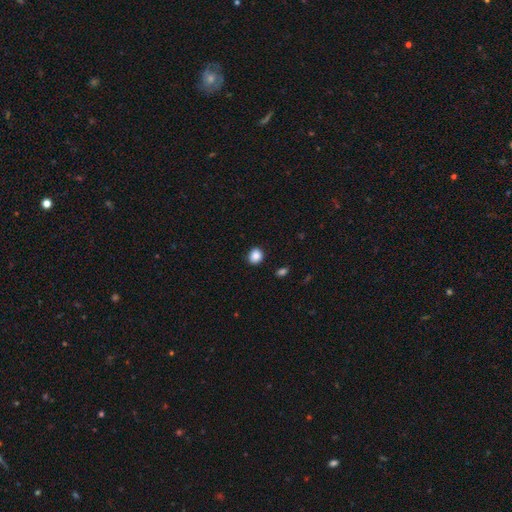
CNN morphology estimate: This is clearly a smooth galaxy (87%). How rounded: likely round (74%). Merging: clearly none (88%).